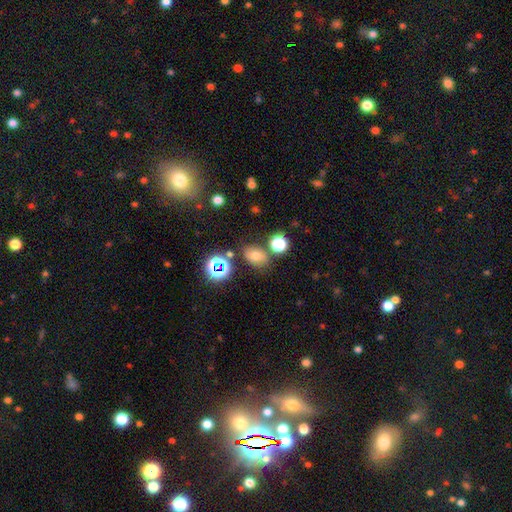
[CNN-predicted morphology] smooth_or_featured: smooth (p=0.65) [alt: star or artifact p=0.21]
how_rounded: in between (p=0.68) [alt: round p=0.31]
merging: none (p=0.75) [alt: minor disturbance p=0.12]